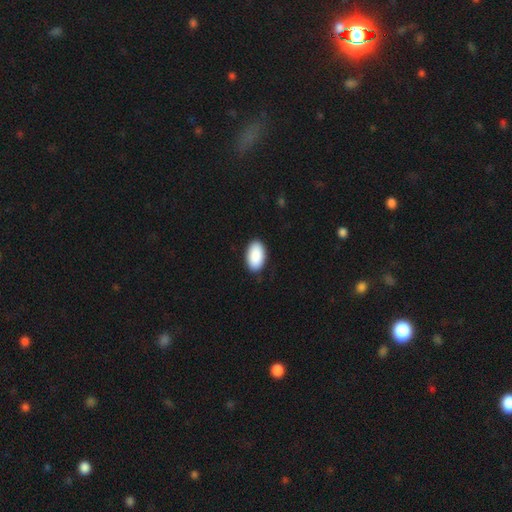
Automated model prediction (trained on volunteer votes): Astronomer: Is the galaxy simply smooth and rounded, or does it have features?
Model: smooth — 91%.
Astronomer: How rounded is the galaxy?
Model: in between — 95%.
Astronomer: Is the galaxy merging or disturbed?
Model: none — 89%.